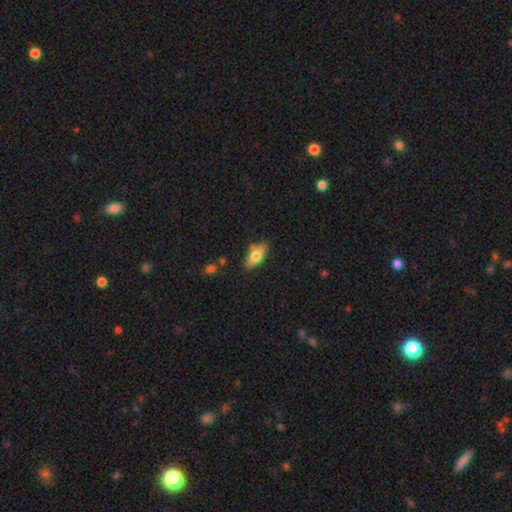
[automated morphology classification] smooth_or_featured: smooth (p=0.69) [alt: featured or disk p=0.24]
how_rounded: in between (p=0.81) [alt: cigar-shaped p=0.16]
merging: none (p=0.78) [alt: minor disturbance p=0.15]